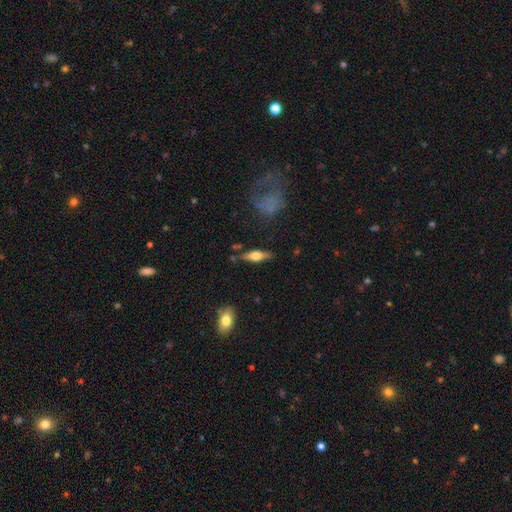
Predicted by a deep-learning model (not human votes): Smooth or featured?
  - featured or disk: 47% * (tied)
  - smooth: 47% * (tied)
  - star or artifact: 7%
Merging?
  - none: 82% *
  - minor disturbance: 12%
  - merger: 3%
  - major disturbance: 3%